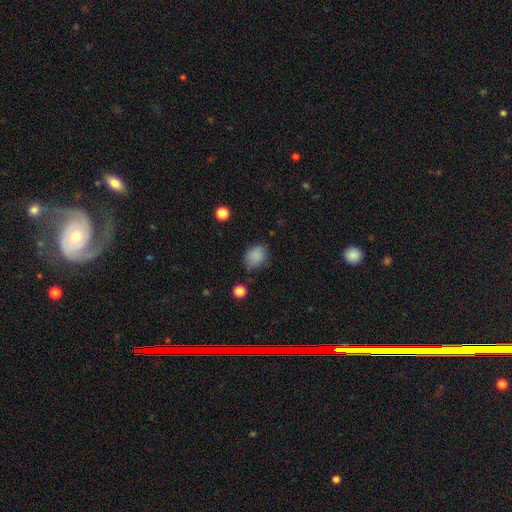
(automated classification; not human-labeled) The model was most divided on "how rounded": round: 50%, in between: 49%, cigar-shaped: 1%. More confident: smooth or featured — smooth (85%); merging — none (64%).